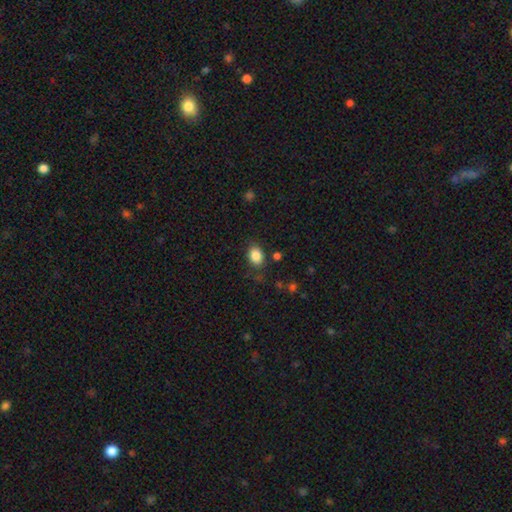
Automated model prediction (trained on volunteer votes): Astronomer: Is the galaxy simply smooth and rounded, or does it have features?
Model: smooth — 86%.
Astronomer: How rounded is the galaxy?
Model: in between — 67%.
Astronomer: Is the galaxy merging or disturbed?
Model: none — 80%.